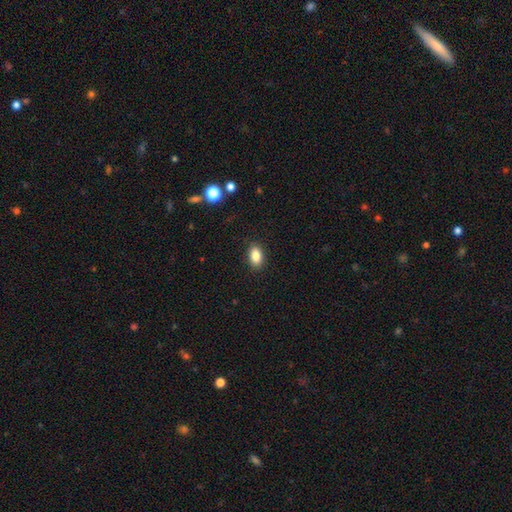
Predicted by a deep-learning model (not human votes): The model was most divided on "smooth or featured": smooth: 86%, star or artifact: 9%, featured or disk: 5%. More confident: merging — none (89%); how rounded — in between (89%).